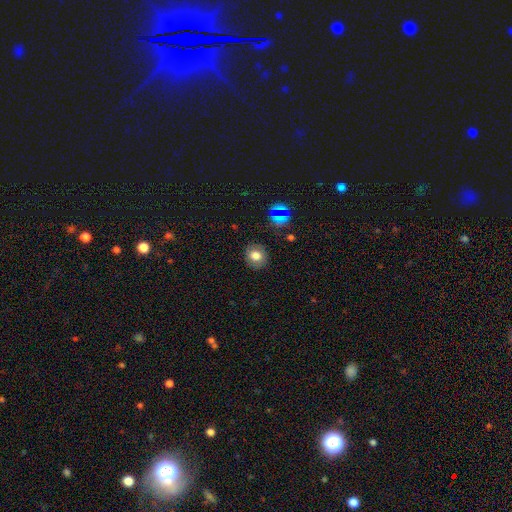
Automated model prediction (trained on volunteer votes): smooth-or-featured: smooth: 74% | star or artifact: 14% | featured or disk: 12%
  how-rounded: round: 67% | in between: 32% | cigar-shaped: 1%
  merging: none: 85% | minor disturbance: 10% | major disturbance: 3% | merger: 1%